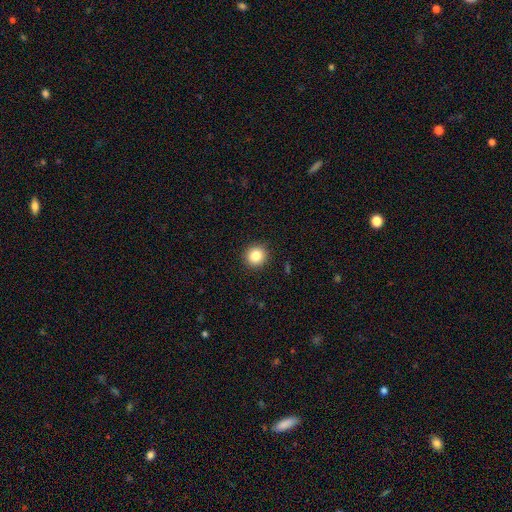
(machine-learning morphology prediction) Overall: smooth (85%). How rounded: round (92%). Merging: none (92%).